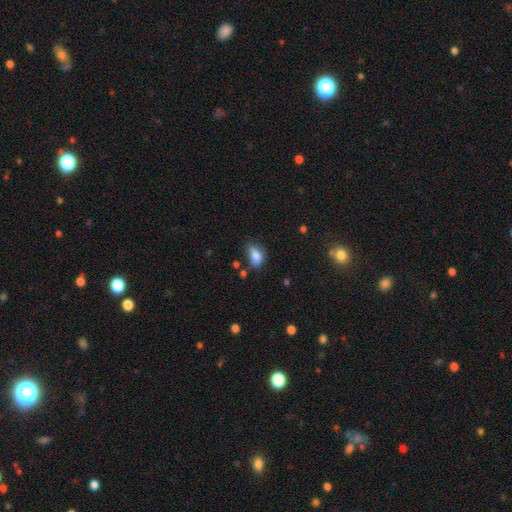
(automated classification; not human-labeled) This is clearly a smooth galaxy (83%). How rounded: clearly in between (87%). Merging: possibly none (53%).